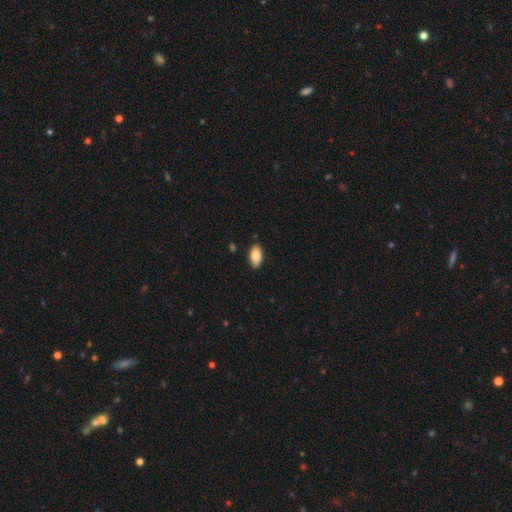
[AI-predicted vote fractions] Smooth or featured?
  - smooth: 87% *
  - featured or disk: 7%
  - star or artifact: 6%
How rounded?
  - in between: 94% *
  - cigar-shaped: 4%
  - round: 3%
Merging?
  - none: 87% *
  - minor disturbance: 10%
  - major disturbance: 2%
  - merger: 1%